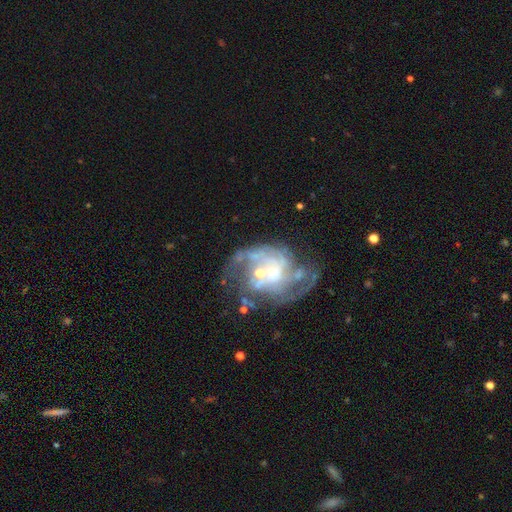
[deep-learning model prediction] smooth-or-featured: featured or disk: 83% | star or artifact: 9% | smooth: 9%
  disk-edge-on: no: 98% | yes: 2%
    bar: no: 68% | weak: 26% | strong: 7%
    has-spiral-arms: yes: 87% | no: 13%
      spiral-winding: medium: 43% | tight: 33% | loose: 24%
      spiral-arm-count: 2: 33% | can't tell: 29% | 3: 17% | 4: 8% | 1: 7% | more than 4: 6%
    bulge-size: small: 44% | moderate: 38% | none: 10% | large: 7% | dominant: 2%
  merging: none: 46% | major disturbance: 26% | minor disturbance: 18% | merger: 10%